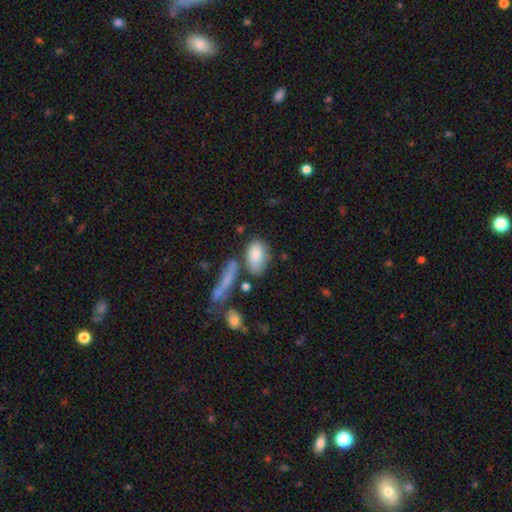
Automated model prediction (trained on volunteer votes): This appears to be a smooth galaxy with no disk features (81%) that is in between round and cigar-shaped (88%). Merging: none (51%).